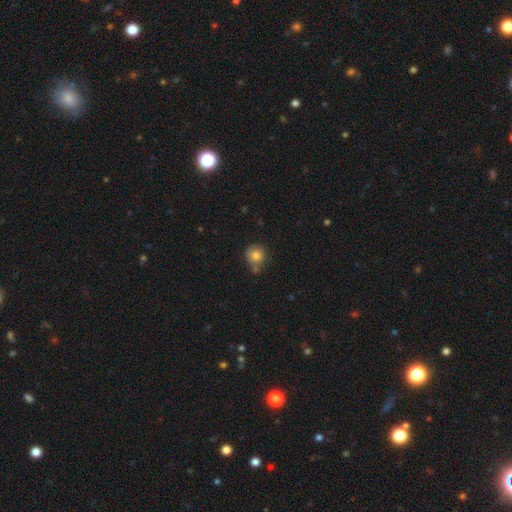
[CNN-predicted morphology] smooth-or-featured: smooth: 81% | featured or disk: 10% | star or artifact: 10%
  how-rounded: round: 90% | in between: 9% | cigar-shaped: 1%
  merging: none: 64% | minor disturbance: 19% | merger: 12% | major disturbance: 4%